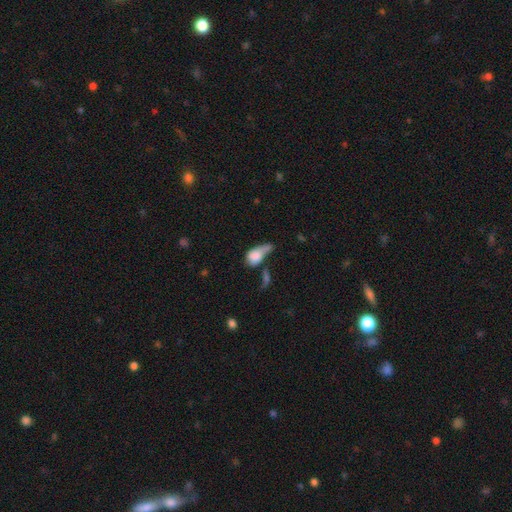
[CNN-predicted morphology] A smooth galaxy with no disk features (70%) that is in between round and cigar-shaped (75%). Merging: merger (32%).